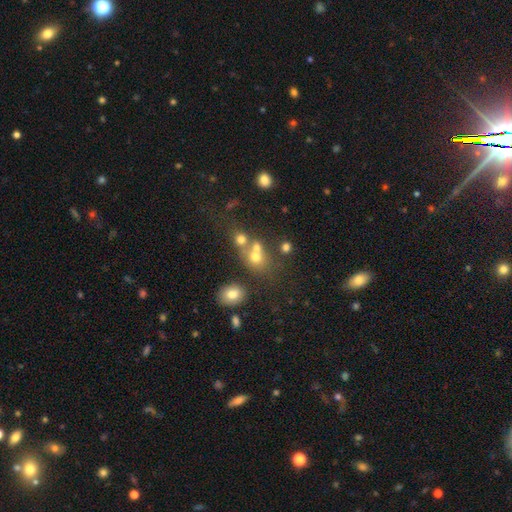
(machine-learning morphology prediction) This is likely a smooth galaxy (61%). How rounded: likely round (69%). Merging: possibly merger (48%).